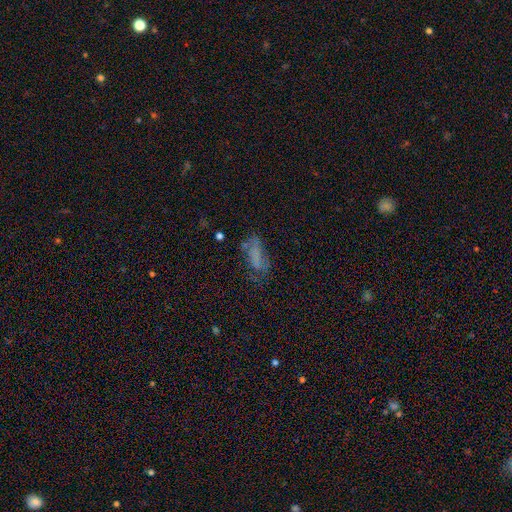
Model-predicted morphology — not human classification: A smooth galaxy with no disk features (54%) that is in between round and cigar-shaped (70%). Merging: none (42%).